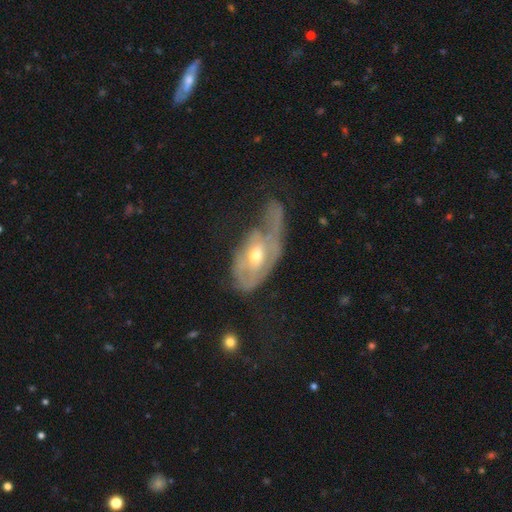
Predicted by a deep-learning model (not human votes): Smooth or featured? featured or disk (64%)
Edge-on disk? no (91%)
Bar? no (70%)
Spiral arms? yes (53%)
Bulge size? moderate (61%)
Merging? major disturbance (50%)